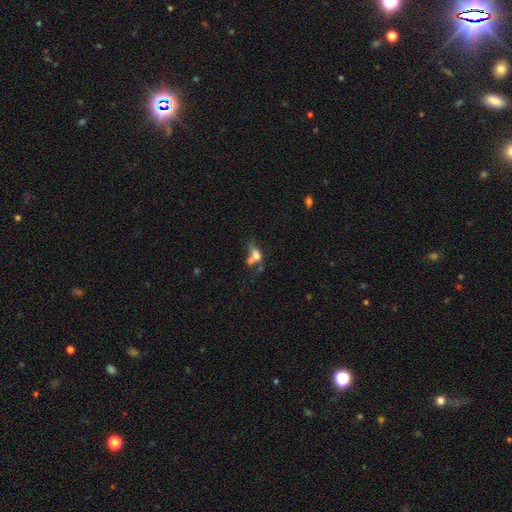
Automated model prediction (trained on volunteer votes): smooth_or_featured: smooth (p=0.53) [alt: featured or disk p=0.32]
how_rounded: in between (p=0.67) [alt: round p=0.21]
merging: merger (p=0.44) [alt: major disturbance p=0.22]